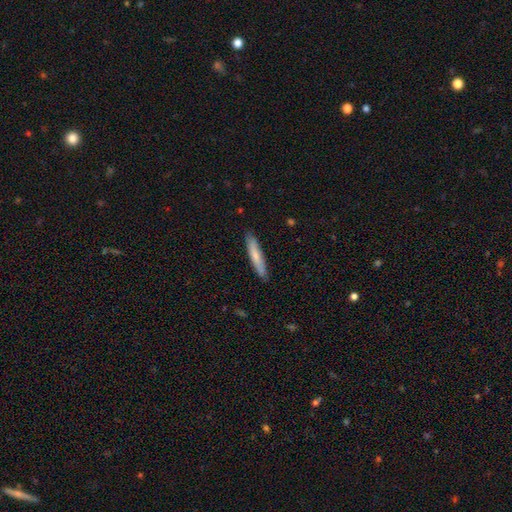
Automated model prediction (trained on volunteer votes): A smooth galaxy with no disk features (71%) that is cigar-shaped (90%). Merging: none (89%).